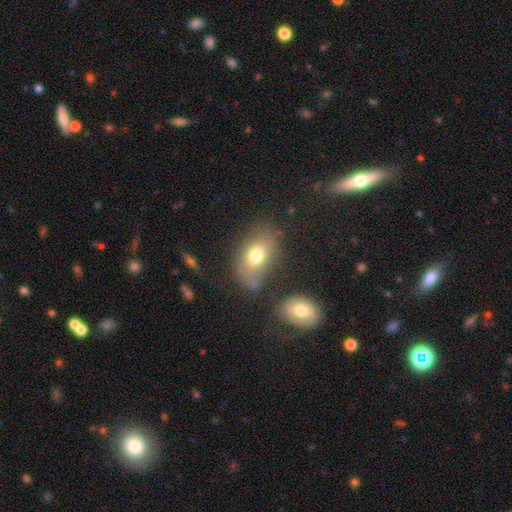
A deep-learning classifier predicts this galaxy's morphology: Overall: smooth (71%). How rounded: in between (82%). Merging: none (56%; minor disturbance 21%).